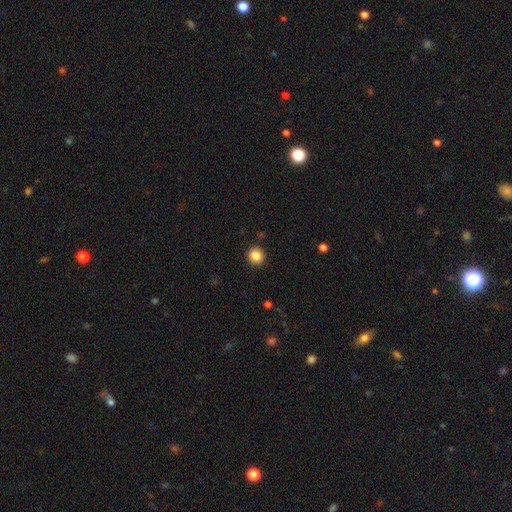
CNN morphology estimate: This appears to be a smooth galaxy with no disk features (85%) that is round (91%). Merging: none (92%).